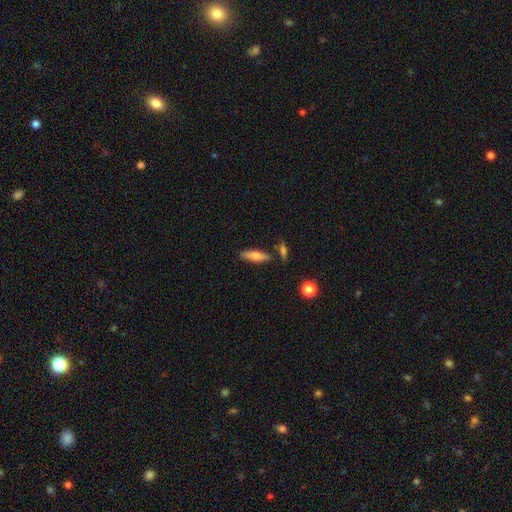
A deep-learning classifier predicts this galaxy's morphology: Smooth or featured? Predicted: smooth (p=0.64). How rounded? Predicted: cigar-shaped (p=0.62). Merging? Predicted: none (p=0.78).